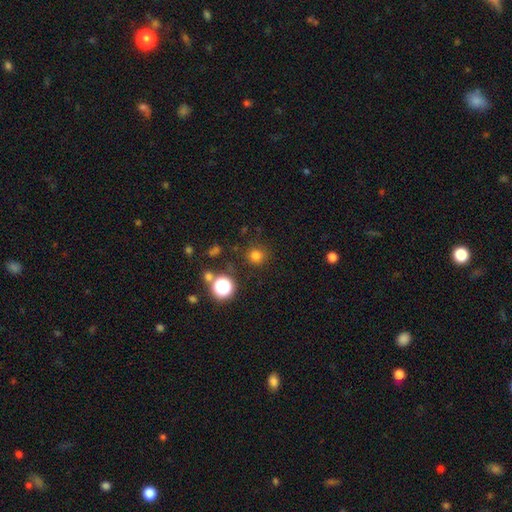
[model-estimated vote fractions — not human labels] A smooth galaxy with no disk features (76%) that is round (93%). Merging: none (86%).